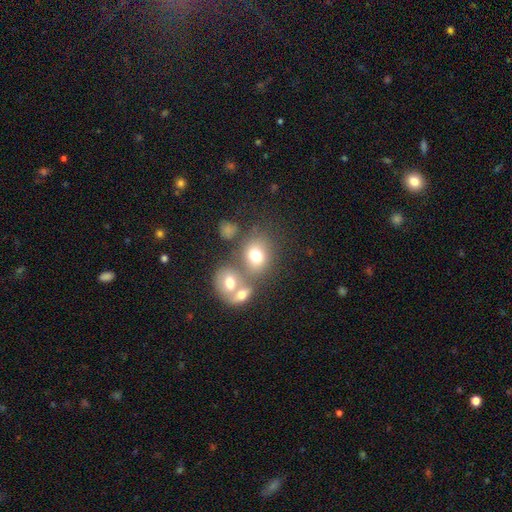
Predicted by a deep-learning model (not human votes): smooth-or-featured: smooth: 72% | featured or disk: 15% | star or artifact: 13%
  how-rounded: round: 59% | in between: 40% | cigar-shaped: 1%
  merging: none: 45% | merger: 37% | minor disturbance: 11% | major disturbance: 6%